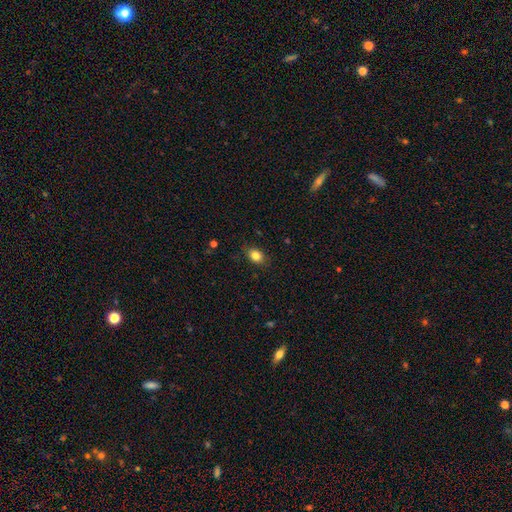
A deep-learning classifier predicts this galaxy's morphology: type=smooth (83%); roundness=in between (69%); merging=none (83%).